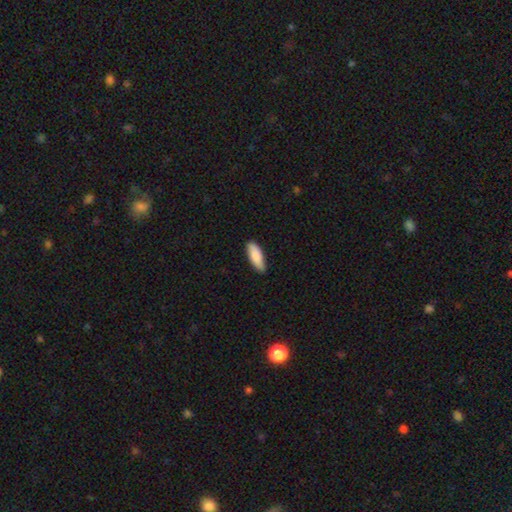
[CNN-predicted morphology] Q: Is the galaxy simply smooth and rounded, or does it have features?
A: smooth — 88%.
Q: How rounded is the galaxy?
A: in between — 68%.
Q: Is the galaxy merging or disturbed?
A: none — 84%.